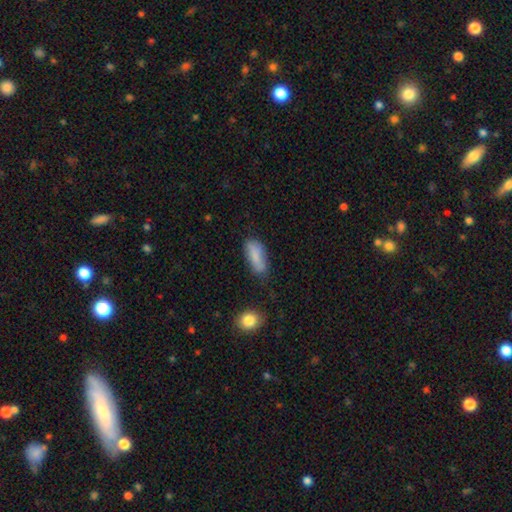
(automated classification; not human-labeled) Overall: smooth (81%). How rounded: in between (79%). Merging: none (62%; minor disturbance 26%).